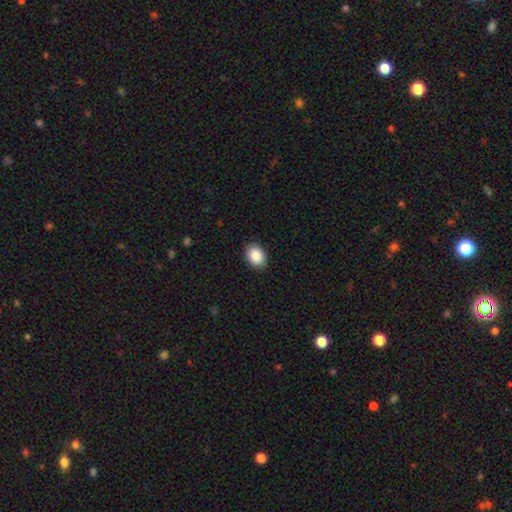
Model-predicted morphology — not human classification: Smooth or featured? Predicted: smooth (p=0.89). How rounded? Predicted: in between (p=0.70). Merging? Predicted: none (p=0.89).